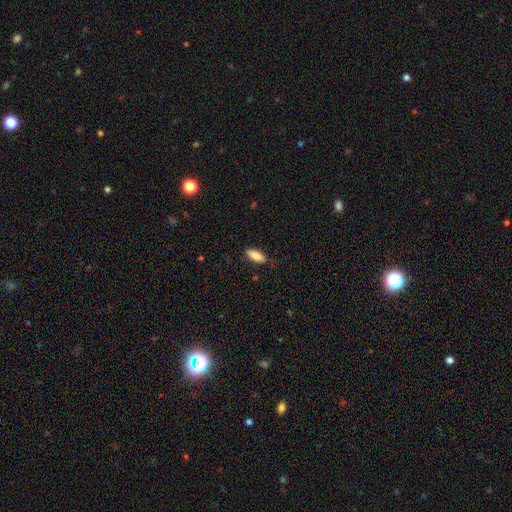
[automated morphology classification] Smooth or featured? Predicted: smooth (p=0.86). How rounded? Predicted: in between (p=0.74). Merging? Predicted: none (p=0.82).